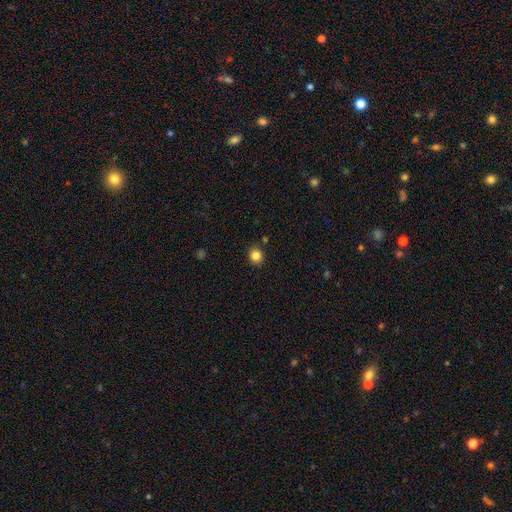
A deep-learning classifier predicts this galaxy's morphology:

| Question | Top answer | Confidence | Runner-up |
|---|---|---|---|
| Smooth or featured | smooth | 83% | star or artifact (12%) |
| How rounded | round | 85% | in between (14%) |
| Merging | none | 88% | minor disturbance (7%) |